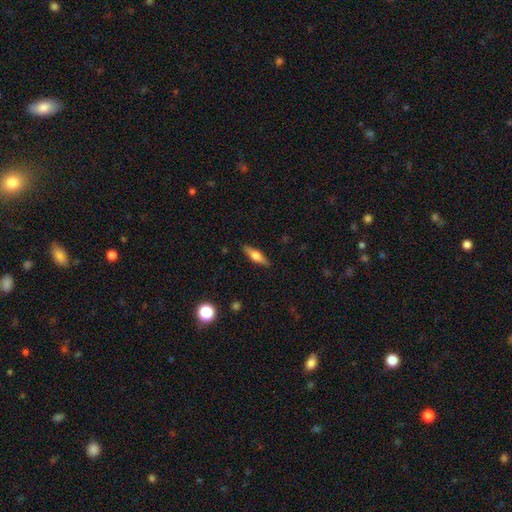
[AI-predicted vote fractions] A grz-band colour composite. It shows a featured or disk galaxy (49%). Merging: none (89%).